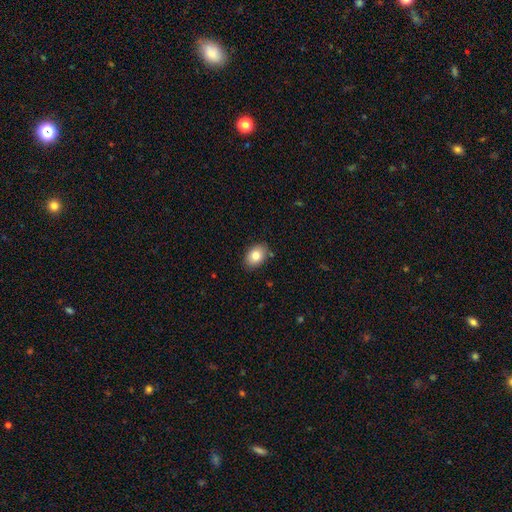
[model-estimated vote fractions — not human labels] Smooth or featured: smooth — 81% (featured or disk — 11%)
How rounded: in between — 78% (round — 21%)
Merging: none — 85% (minor disturbance — 11%)